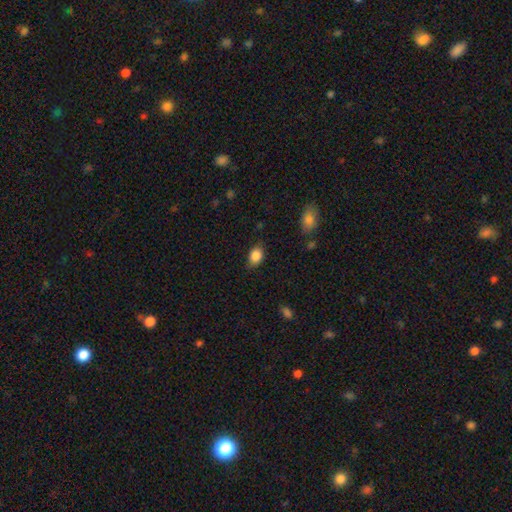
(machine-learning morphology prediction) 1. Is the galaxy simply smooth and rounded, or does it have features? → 87% smooth, 8% star or artifact, 5% featured or disk.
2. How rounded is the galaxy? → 72% in between, 27% round, 1% cigar-shaped.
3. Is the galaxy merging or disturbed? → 74% none, 21% minor disturbance, 4% major disturbance, 1% merger.